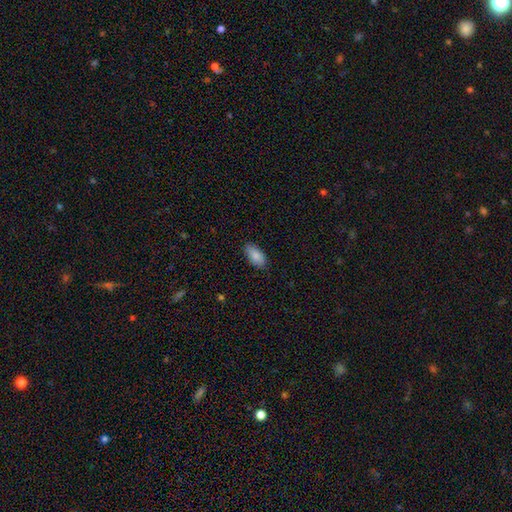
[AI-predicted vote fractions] Smooth or featured: smooth — 87% (featured or disk — 7%)
How rounded: in between — 93% (cigar-shaped — 5%)
Merging: none — 85% (minor disturbance — 11%)